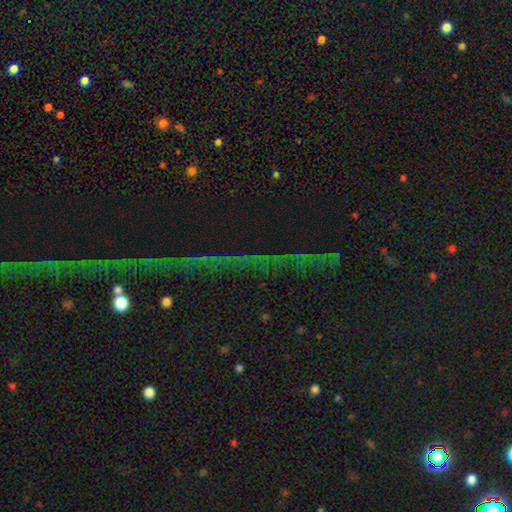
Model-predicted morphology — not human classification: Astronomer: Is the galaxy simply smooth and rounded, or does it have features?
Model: star or artifact — 74%.